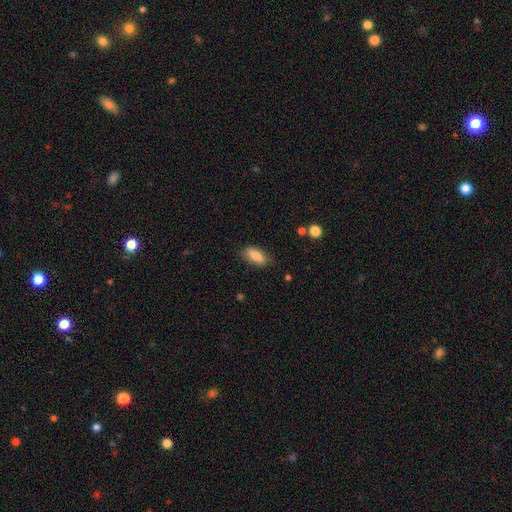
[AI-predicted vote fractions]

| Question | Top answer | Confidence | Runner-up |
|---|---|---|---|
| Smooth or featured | smooth | 81% | featured or disk (12%) |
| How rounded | in between | 86% | cigar-shaped (10%) |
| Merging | none | 80% | minor disturbance (16%) |